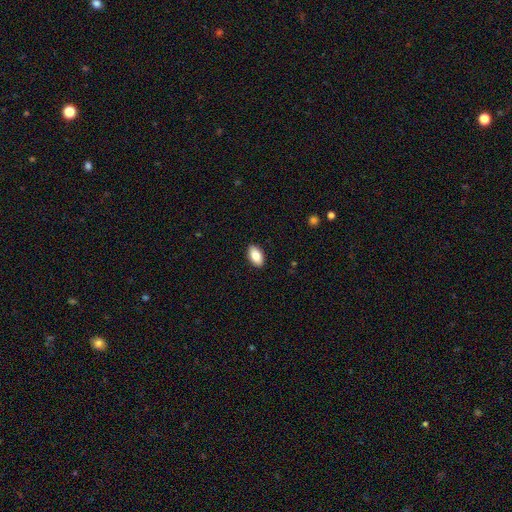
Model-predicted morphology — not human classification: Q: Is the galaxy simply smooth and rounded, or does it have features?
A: smooth — 83%.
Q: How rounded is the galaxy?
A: in between — 93%.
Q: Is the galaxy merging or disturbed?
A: none — 91%.